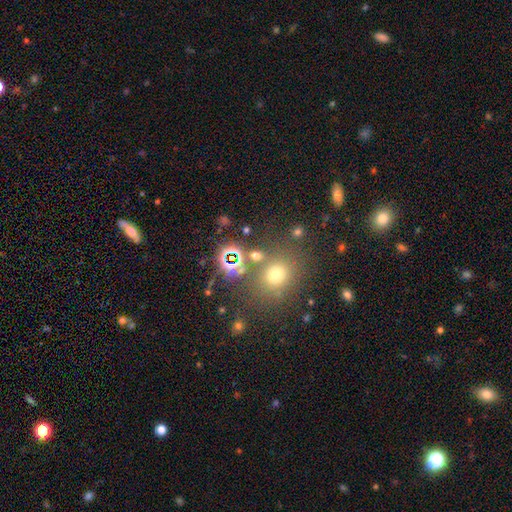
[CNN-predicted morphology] smooth-or-featured: smooth: 53% | star or artifact: 37% | featured or disk: 9%
  how-rounded: round: 75% | in between: 24% | cigar-shaped: 2%
  merging: none: 72% | merger: 13% | minor disturbance: 9% | major disturbance: 6%